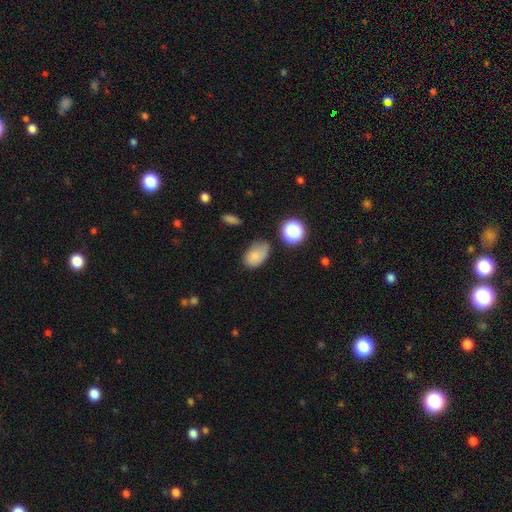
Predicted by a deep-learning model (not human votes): Q: Smooth or featured?
A: smooth (76%); runner-up: star or artifact (12%)
Q: How rounded?
A: in between (84%); runner-up: round (15%)
Q: Merging?
A: none (52%); runner-up: minor disturbance (32%)